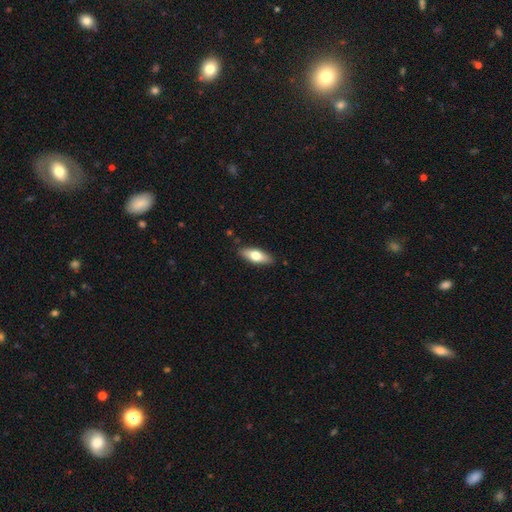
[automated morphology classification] Smooth or featured? Predicted: smooth (p=0.66). How rounded? Predicted: in between (p=0.69). Merging? Predicted: none (p=0.87).